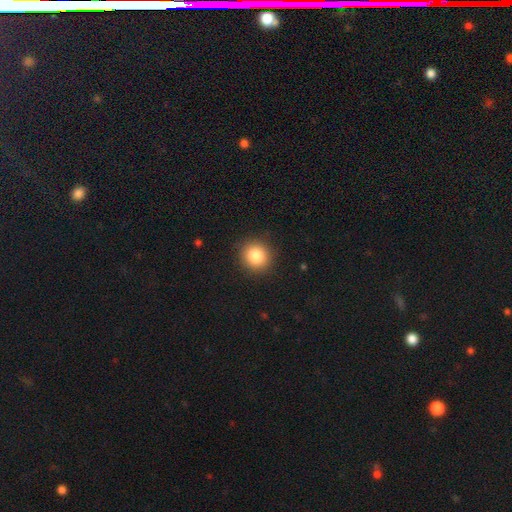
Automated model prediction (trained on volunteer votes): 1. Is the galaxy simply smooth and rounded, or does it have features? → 85% smooth, 10% star or artifact, 6% featured or disk.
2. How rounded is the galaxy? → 91% round, 8% in between, 1% cigar-shaped.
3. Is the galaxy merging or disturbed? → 90% none, 7% minor disturbance, 2% major disturbance, 1% merger.